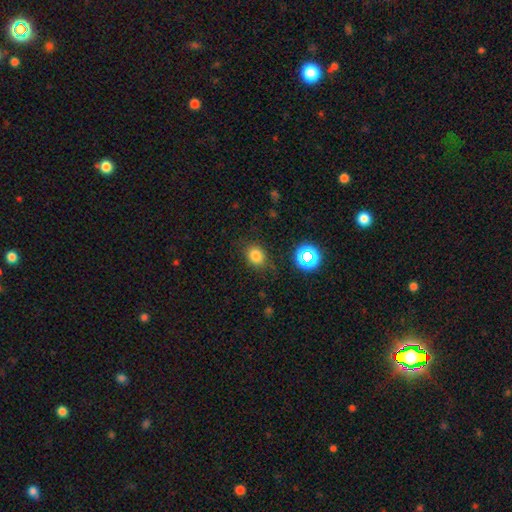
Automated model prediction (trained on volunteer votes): The model was most divided on "how rounded": round: 58%, in between: 41%, cigar-shaped: 1%. More confident: merging — none (81%); smooth or featured — smooth (78%).